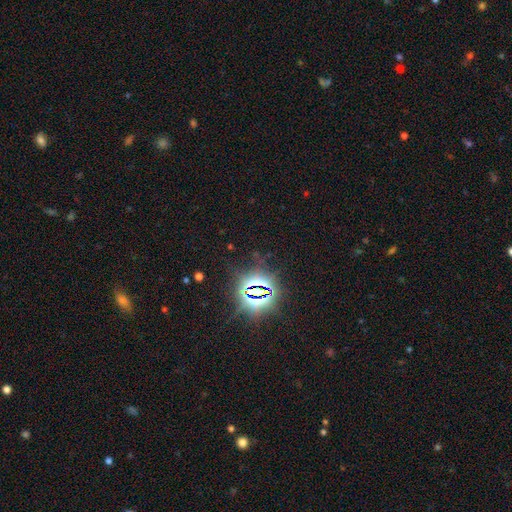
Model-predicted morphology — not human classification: Q: Smooth or featured?
A: star or artifact (83%); runner-up: smooth (10%)